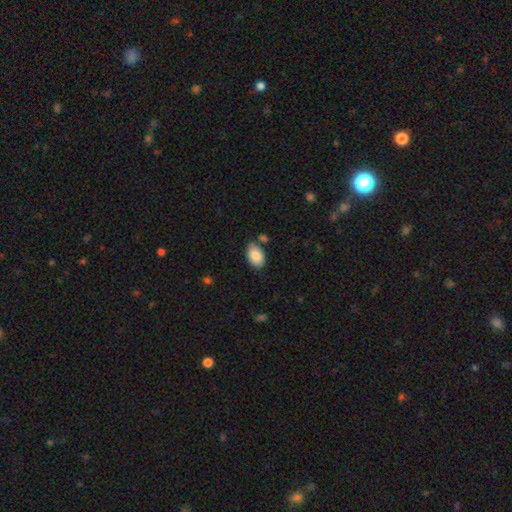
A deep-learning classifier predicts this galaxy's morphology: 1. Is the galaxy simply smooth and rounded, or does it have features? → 86% smooth, 7% featured or disk, 6% star or artifact.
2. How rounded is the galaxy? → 91% in between, 7% round, 1% cigar-shaped.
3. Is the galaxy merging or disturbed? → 72% none, 17% minor disturbance, 8% merger, 4% major disturbance.